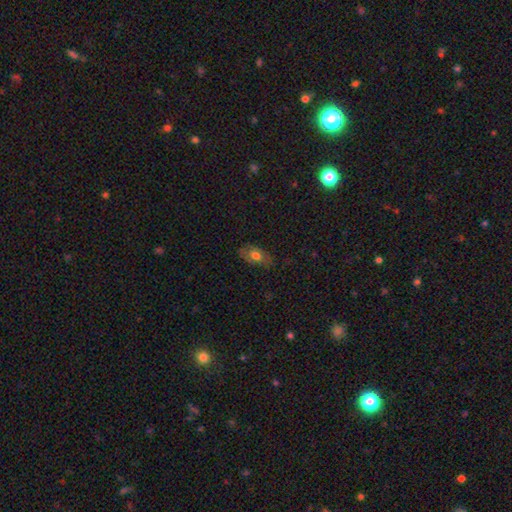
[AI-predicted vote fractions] Smooth or featured? Predicted: smooth (p=0.68). How rounded? Predicted: in between (p=0.88). Merging? Predicted: none (p=0.75).